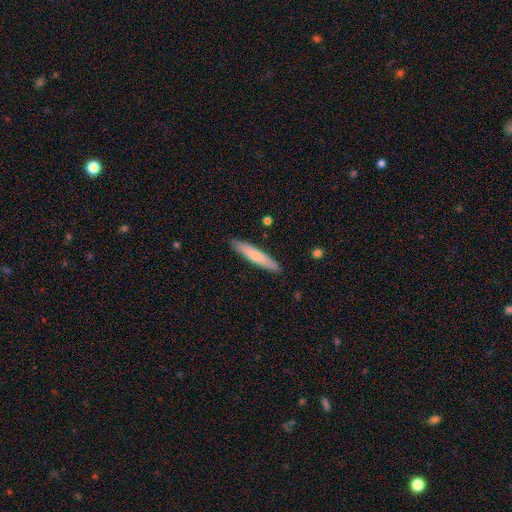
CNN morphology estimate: The model was most divided on "smooth or featured": smooth: 69%, featured or disk: 25%, star or artifact: 5%. More confident: how rounded — cigar-shaped (91%); merging — none (89%).